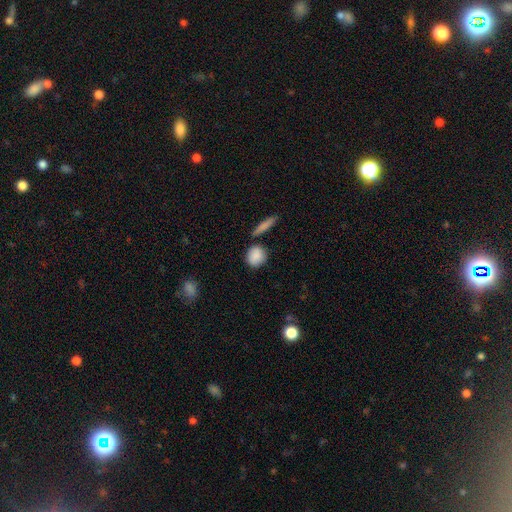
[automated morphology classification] This appears to be a smooth galaxy with no disk features (87%) that is round (74%). Merging: none (76%).